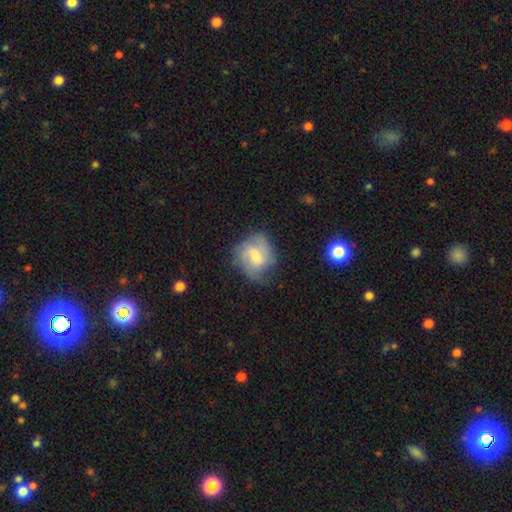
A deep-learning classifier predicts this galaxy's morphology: smooth 49%, featured or disk 43%, star or artifact 8%. Down the decision tree: merging — none (56%).